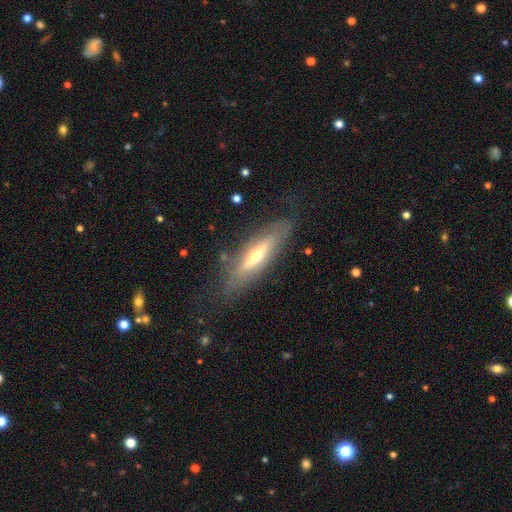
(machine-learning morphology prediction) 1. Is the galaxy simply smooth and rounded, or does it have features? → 64% featured or disk, 29% smooth, 6% star or artifact.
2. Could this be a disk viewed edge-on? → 70% yes, 30% no.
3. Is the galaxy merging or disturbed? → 73% none, 18% minor disturbance, 7% major disturbance, 2% merger.